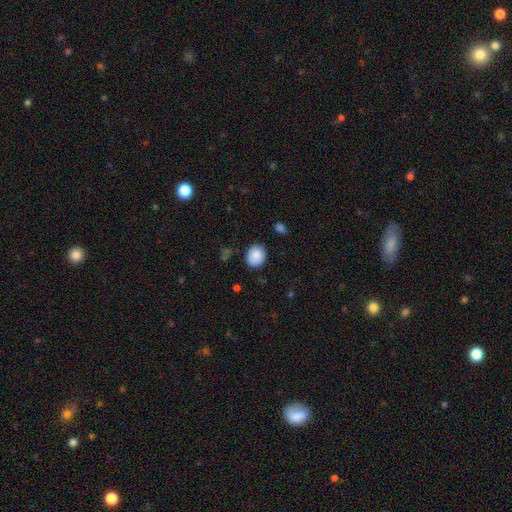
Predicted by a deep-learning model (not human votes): Morphology: type=smooth (88%); roundness=round (68%); merging=none (84%).